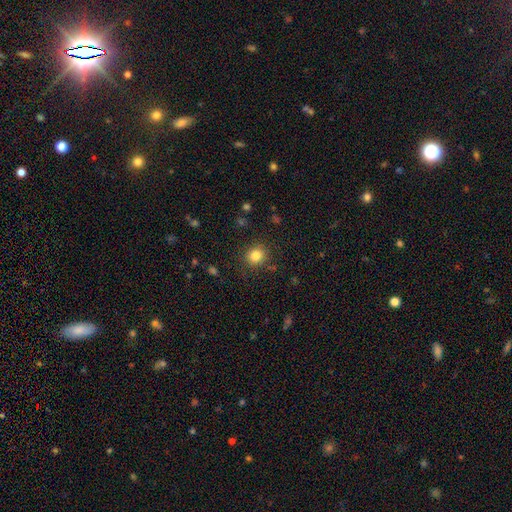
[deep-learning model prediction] Smooth or featured? Predicted: smooth (p=0.82). How rounded? Predicted: round (p=0.87). Merging? Predicted: none (p=0.87).